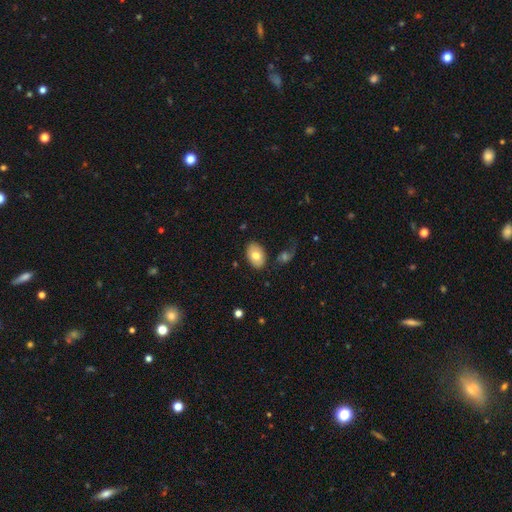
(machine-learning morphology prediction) smooth 74%, featured or disk 19%, star or artifact 7%. Down the decision tree: how rounded — in between (87%); merging — none (80%).